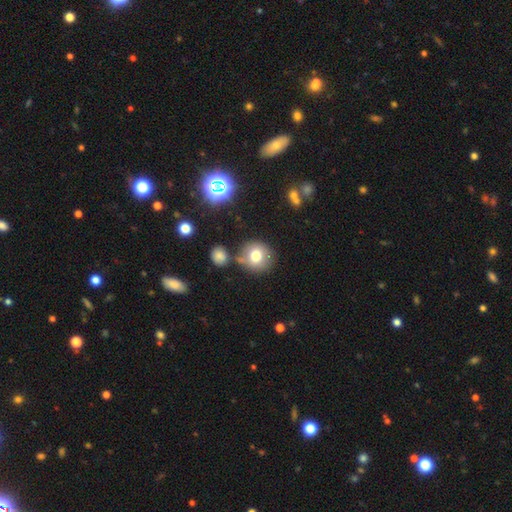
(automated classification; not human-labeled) A smooth galaxy with no disk features (74%) that is round (90%). Merging: none (72%).